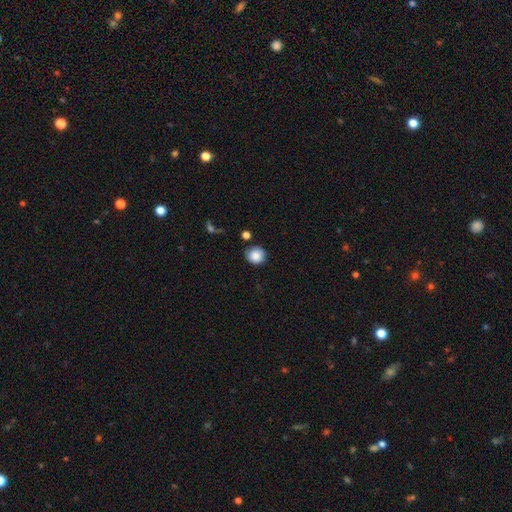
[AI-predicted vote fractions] A smooth galaxy with no disk features (86%) that is round (88%). Merging: none (77%).